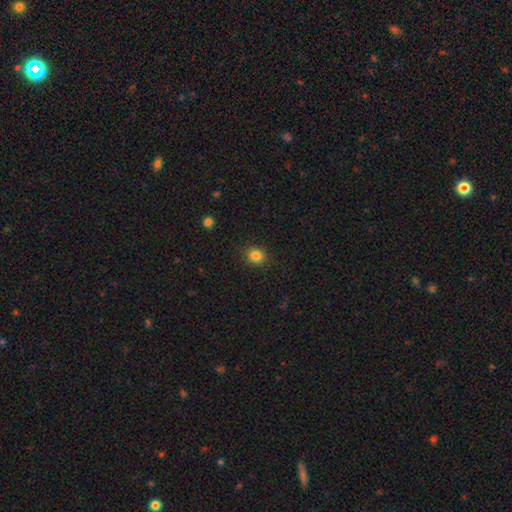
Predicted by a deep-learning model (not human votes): smooth_or_featured: smooth (p=0.84) [alt: star or artifact p=0.11]
how_rounded: round (p=0.77) [alt: in between p=0.22]
merging: none (p=0.88) [alt: minor disturbance p=0.09]